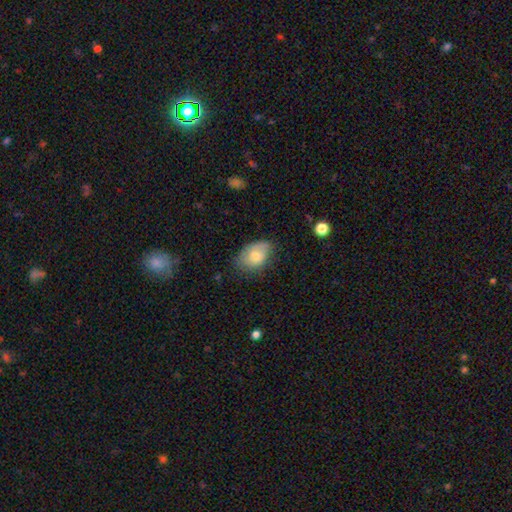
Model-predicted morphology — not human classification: A smooth galaxy with no disk features (75%) that is in between round and cigar-shaped (84%).

Vote fractions:
- Smooth or featured? smooth: 75% / featured or disk: 18% / star or artifact: 7%
- How rounded? in between: 84% / round: 14% / cigar-shaped: 1%
- Merging? none: 60% / minor disturbance: 31% / major disturbance: 7% / merger: 2%